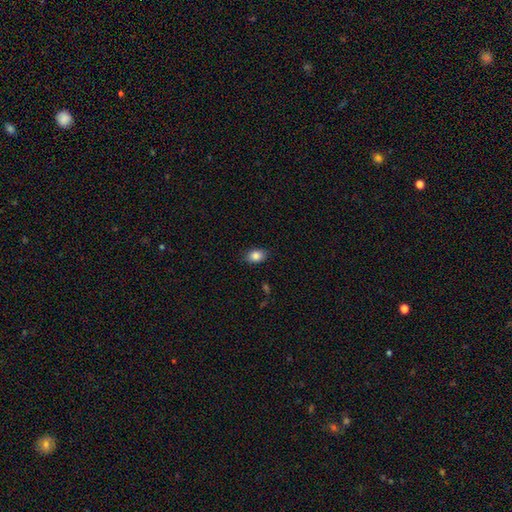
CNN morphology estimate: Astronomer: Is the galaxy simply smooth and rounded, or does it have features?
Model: smooth — 84%.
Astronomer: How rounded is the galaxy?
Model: in between — 79%.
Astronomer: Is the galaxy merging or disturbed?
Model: none — 85%.